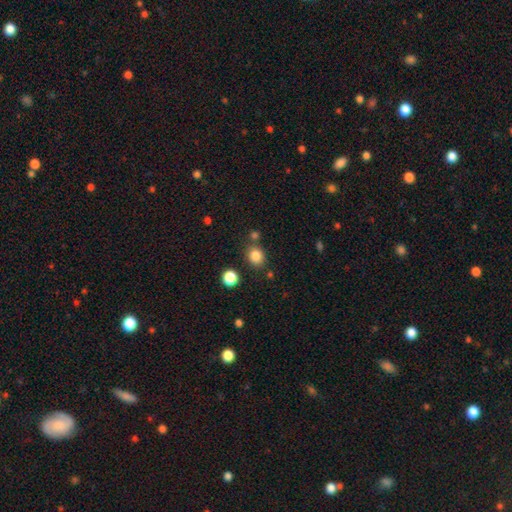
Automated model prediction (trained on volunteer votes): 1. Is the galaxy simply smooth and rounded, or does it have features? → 84% smooth, 11% star or artifact, 5% featured or disk.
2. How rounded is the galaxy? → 66% round, 33% in between, 1% cigar-shaped.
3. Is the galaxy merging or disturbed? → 76% none, 11% minor disturbance, 9% merger, 3% major disturbance.